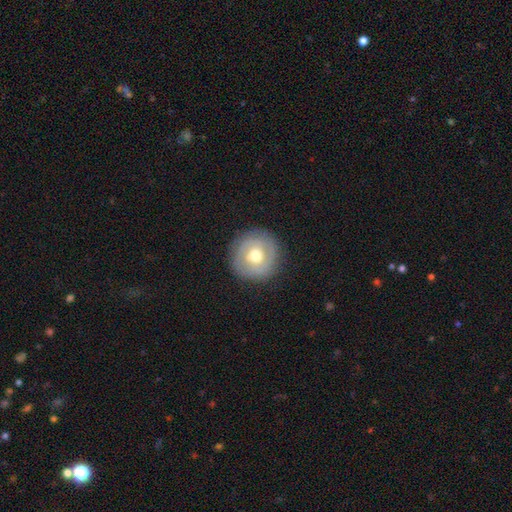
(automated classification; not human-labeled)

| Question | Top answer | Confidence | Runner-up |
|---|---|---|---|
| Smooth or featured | featured or disk | 60% | smooth (34%) |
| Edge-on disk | no | 96% | yes (4%) |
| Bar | no | 64% | weak (28%) |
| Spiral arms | yes | 64% | no (36%) |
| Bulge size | moderate | 75% | small (14%) |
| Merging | none | 87% | minor disturbance (9%) |